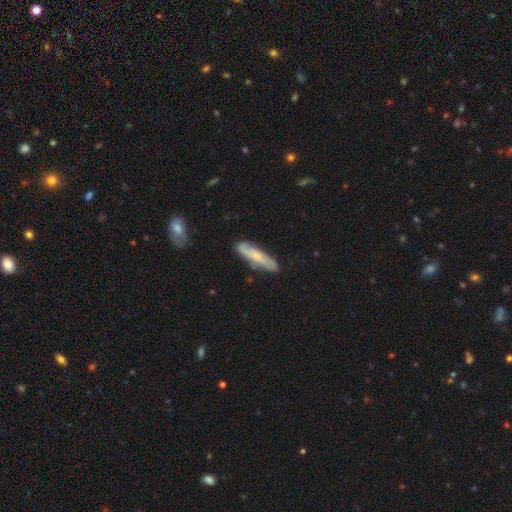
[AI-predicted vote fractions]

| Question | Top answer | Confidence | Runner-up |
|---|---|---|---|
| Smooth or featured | smooth | 53% | featured or disk (41%) |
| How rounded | cigar-shaped | 79% | in between (19%) |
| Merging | none | 80% | minor disturbance (15%) |